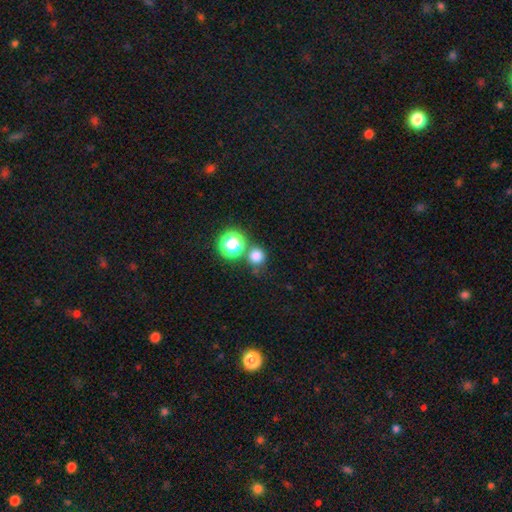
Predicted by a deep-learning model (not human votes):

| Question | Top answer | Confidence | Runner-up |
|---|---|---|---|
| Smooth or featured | smooth | 76% | star or artifact (19%) |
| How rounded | round | 92% | in between (7%) |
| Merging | none | 71% | merger (17%) |